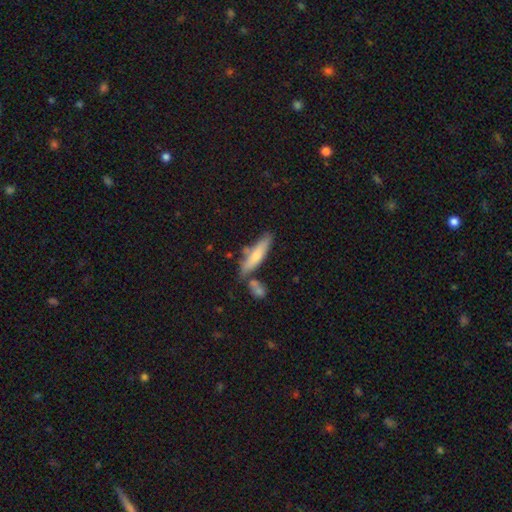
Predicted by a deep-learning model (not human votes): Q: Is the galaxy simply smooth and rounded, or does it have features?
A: smooth — 67%.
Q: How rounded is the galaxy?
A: cigar-shaped — 76%.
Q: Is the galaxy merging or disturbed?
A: none — 67%.